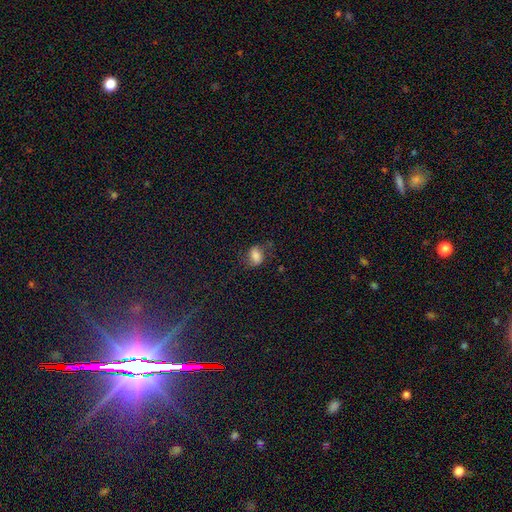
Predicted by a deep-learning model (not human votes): Q: Smooth or featured?
A: smooth (72%); runner-up: featured or disk (16%)
Q: How rounded?
A: in between (74%); runner-up: round (24%)
Q: Merging?
A: none (61%); runner-up: minor disturbance (24%)